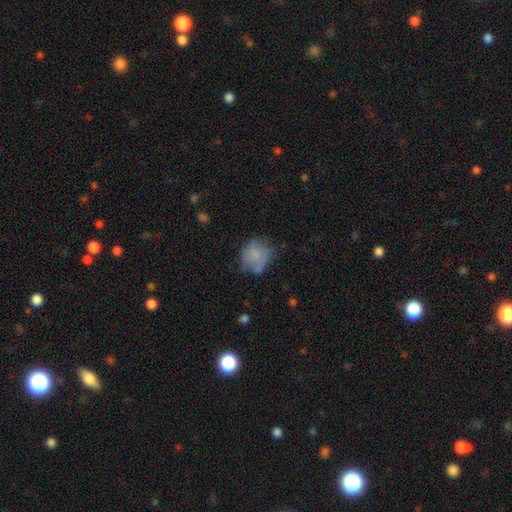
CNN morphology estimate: Smooth or featured? smooth (69%)
How rounded? round (67%)
Merging? none (46%)